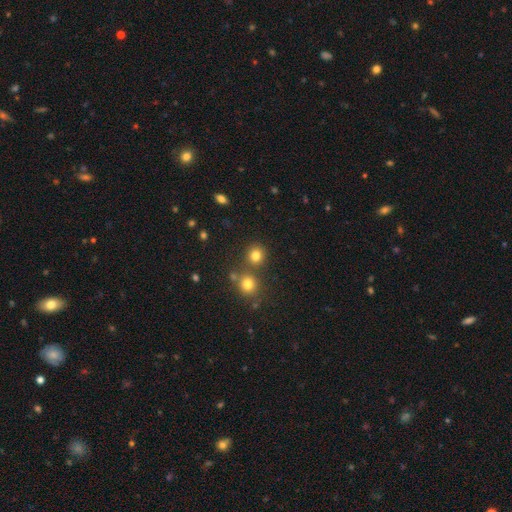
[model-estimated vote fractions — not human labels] Q: Smooth or featured?
A: smooth (79%); runner-up: star or artifact (15%)
Q: How rounded?
A: round (88%); runner-up: in between (11%)
Q: Merging?
A: none (77%); runner-up: merger (13%)